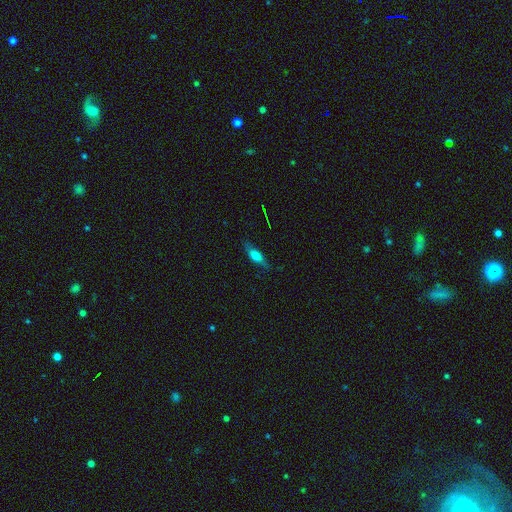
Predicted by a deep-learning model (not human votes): Overall: smooth (51%; featured or disk 39%). How rounded: cigar-shaped (49%; in between 47%). Merging: none (73%).